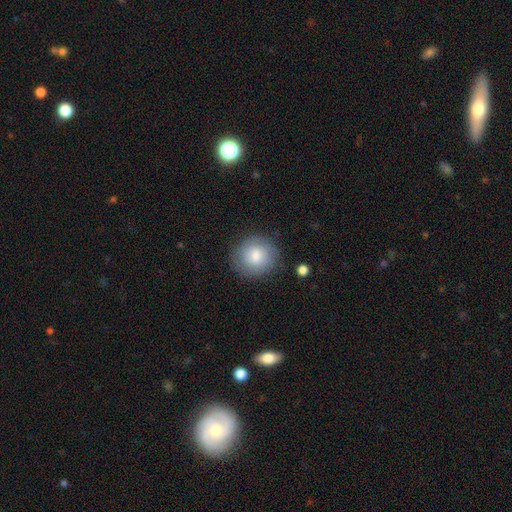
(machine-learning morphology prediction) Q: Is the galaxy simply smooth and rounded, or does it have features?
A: smooth — 78%.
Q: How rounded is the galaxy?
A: round — 90%.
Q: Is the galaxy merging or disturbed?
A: none — 83%.